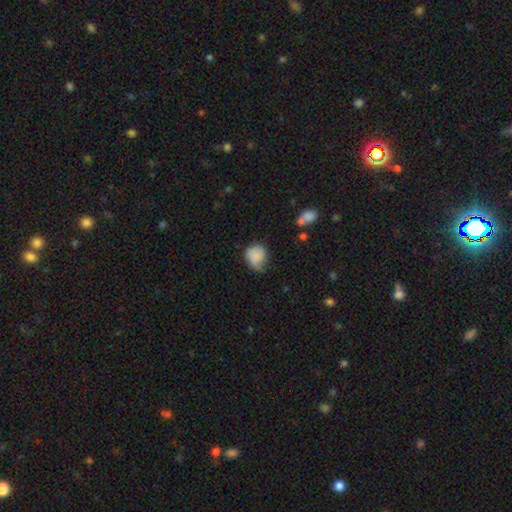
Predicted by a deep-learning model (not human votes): Morphology: type=smooth (81%); roundness=round (72%); merging=none (45%).